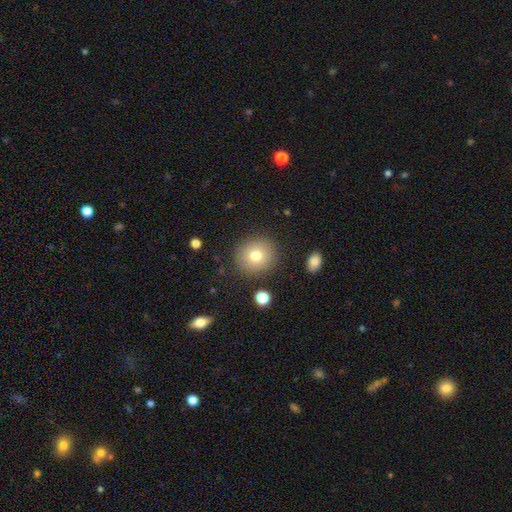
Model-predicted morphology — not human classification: Smooth or featured? Predicted: smooth (p=0.77). How rounded? Predicted: round (p=0.89). Merging? Predicted: none (p=0.87).